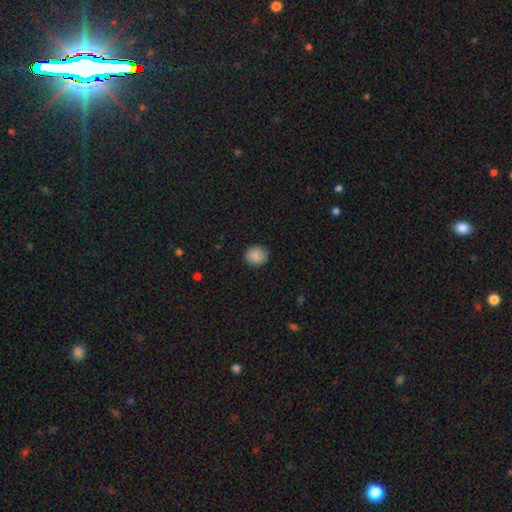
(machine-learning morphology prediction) Q: Smooth or featured?
A: smooth (86%); runner-up: star or artifact (8%)
Q: How rounded?
A: round (81%); runner-up: in between (18%)
Q: Merging?
A: none (87%); runner-up: minor disturbance (10%)